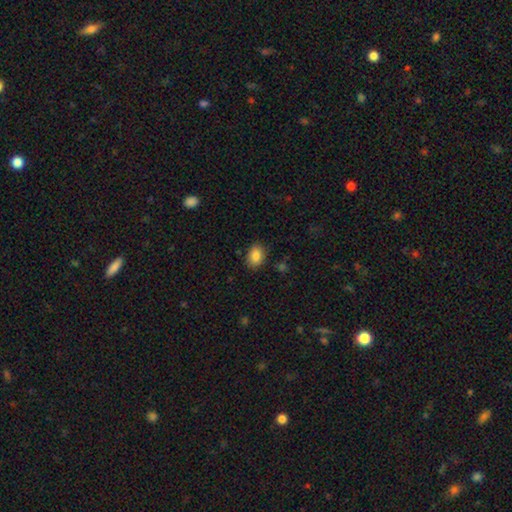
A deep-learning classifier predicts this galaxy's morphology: This appears to be a smooth galaxy with no disk features (87%) that is in between round and cigar-shaped (79%). Merging: none (86%).